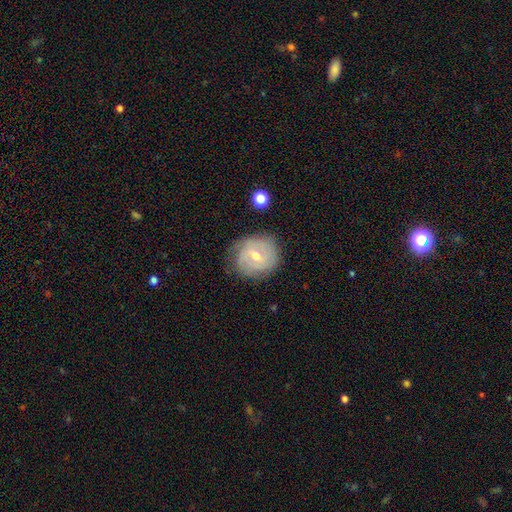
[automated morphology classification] type=featured or disk (68%); edge-on=no (97%); bar=weak (46%); spiral arms=yes (83%); winding=tight (65%); arm count=can't tell (39%); bulge=moderate (59%); merging=none (74%).